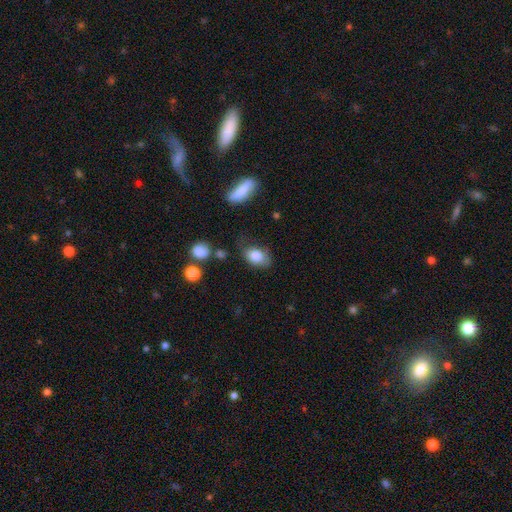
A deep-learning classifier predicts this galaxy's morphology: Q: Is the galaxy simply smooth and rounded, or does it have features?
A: smooth — 81%.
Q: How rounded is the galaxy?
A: in between — 85%.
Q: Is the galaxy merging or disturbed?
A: none — 59%.